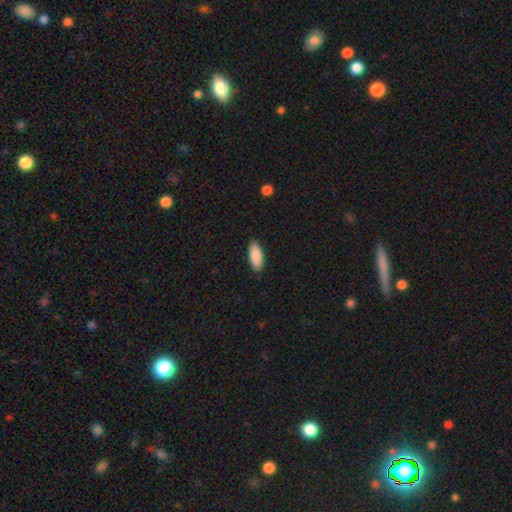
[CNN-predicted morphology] smooth-or-featured: smooth: 89% | star or artifact: 6% | featured or disk: 5%
  how-rounded: in between: 81% | cigar-shaped: 18% | round: 2%
  merging: none: 88% | minor disturbance: 9% | major disturbance: 2% | merger: 1%